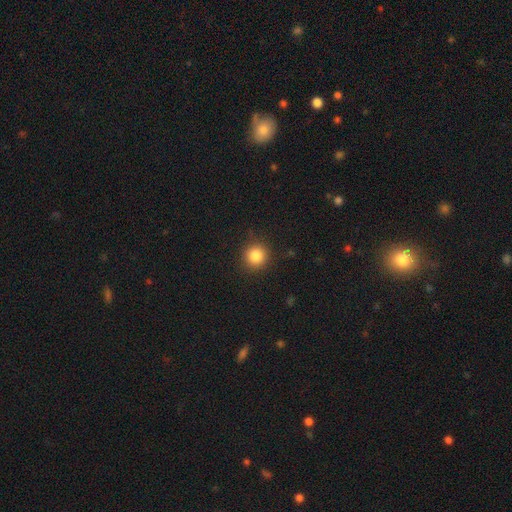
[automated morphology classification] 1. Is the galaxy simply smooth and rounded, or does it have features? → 85% smooth, 11% star or artifact, 5% featured or disk.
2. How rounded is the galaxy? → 93% round, 6% in between, 1% cigar-shaped.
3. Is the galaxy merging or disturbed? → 90% none, 7% minor disturbance, 2% major disturbance, 1% merger.